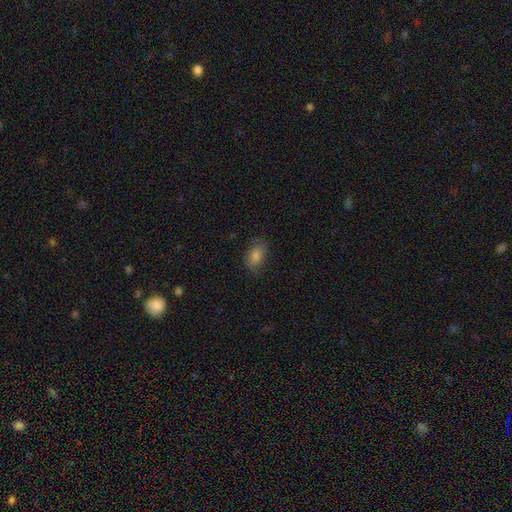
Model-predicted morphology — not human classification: Smooth or featured?
  - smooth: 73% *
  - featured or disk: 15%
  - star or artifact: 12%
How rounded?
  - in between: 86% *
  - round: 12%
  - cigar-shaped: 2%
Merging?
  - none: 77% *
  - minor disturbance: 17%
  - major disturbance: 5%
  - merger: 1%